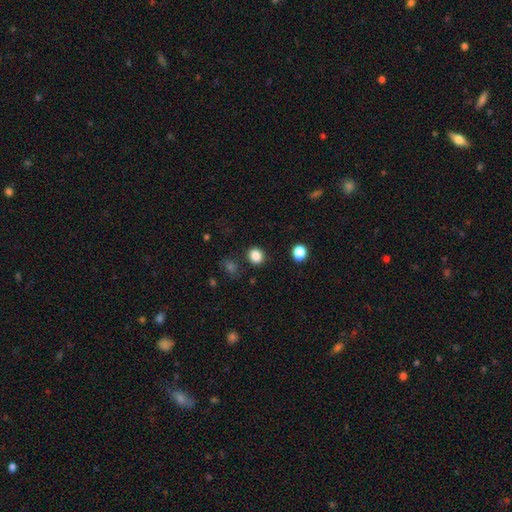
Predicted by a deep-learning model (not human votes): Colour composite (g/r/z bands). It shows a smooth galaxy with no disk features (86%) that is round (78%). Merging: none (87%).